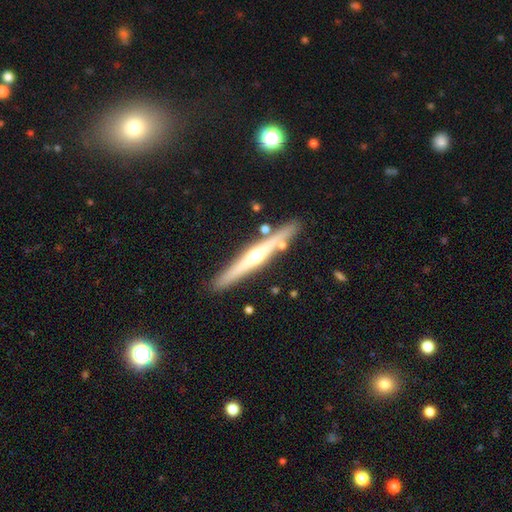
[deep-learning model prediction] A featured or disk galaxy (70%) viewed edge-on (97%) with a rounded central bulge (86%). Merging: none (86%).